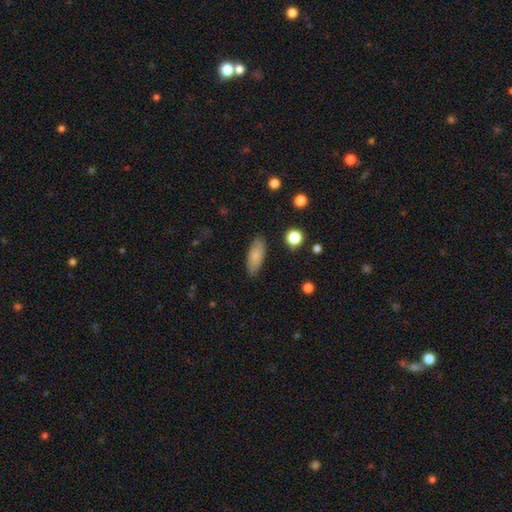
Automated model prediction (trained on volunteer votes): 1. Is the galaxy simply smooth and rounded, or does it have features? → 81% smooth, 12% featured or disk, 7% star or artifact.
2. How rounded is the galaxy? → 78% in between, 19% cigar-shaped, 3% round.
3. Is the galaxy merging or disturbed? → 85% none, 11% minor disturbance, 3% major disturbance, 1% merger.